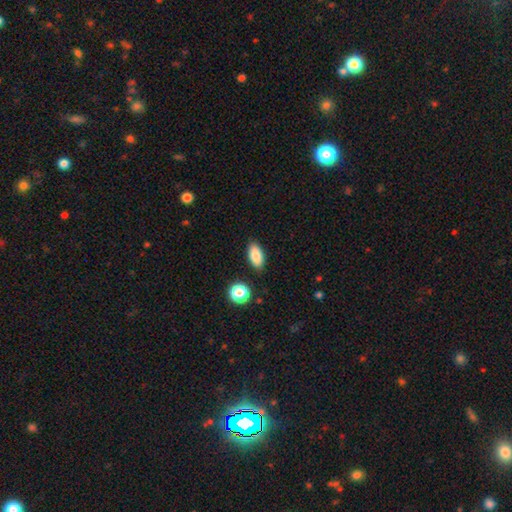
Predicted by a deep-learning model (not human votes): This is clearly a smooth galaxy (86%). How rounded: clearly in between (89%). Merging: clearly none (85%).